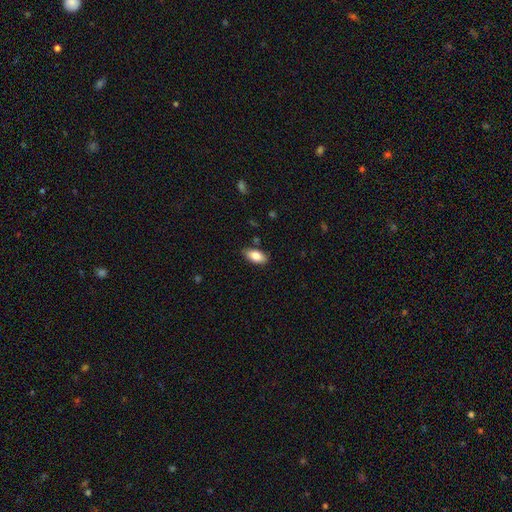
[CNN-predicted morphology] The model was most divided on "merging": none: 83%, minor disturbance: 13%, major disturbance: 2%, merger: 2%. More confident: how rounded — in between (91%); smooth or featured — smooth (83%).